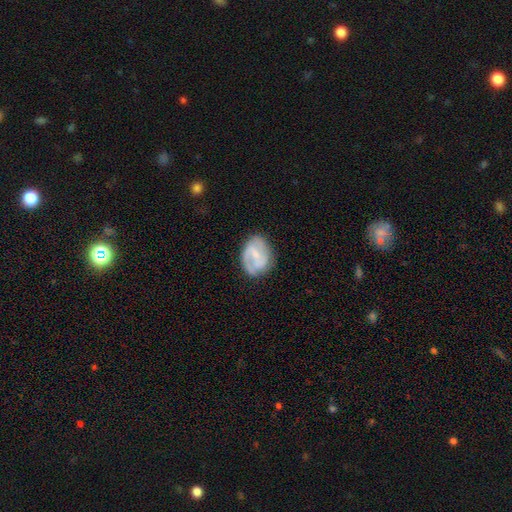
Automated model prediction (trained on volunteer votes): Smooth or featured?
  - featured or disk: 69% *
  - smooth: 25%
  - star or artifact: 6%
Edge-on disk?
  - no: 97% *
  - yes: 3%
Bar?
  - weak: 51% *
  - strong: 27%
  - no: 22%
Spiral arms?
  - yes: 84% *
  - no: 16%
Spiral winding?
  - medium: 45% *
  - tight: 32%
  - loose: 22%
Spiral arm count?
  - 2: 71% *
  - can't tell: 15%
  - 1: 7%
  - 3: 4%
  - 4: 1%
  - more than 4: 1%
Bulge size?
  - small: 58% *
  - moderate: 28%
  - none: 12%
  - large: 2%
  - dominant: 1%
Merging?
  - none: 70% *
  - minor disturbance: 21%
  - major disturbance: 8%
  - merger: 2%